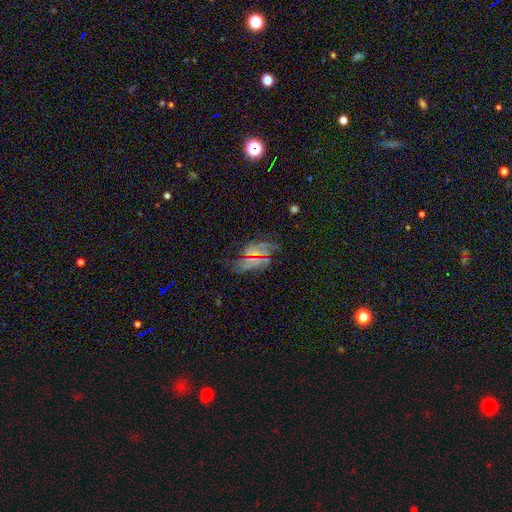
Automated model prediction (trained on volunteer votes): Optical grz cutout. It shows a featured or disk galaxy (39%). Merging: none (66%).